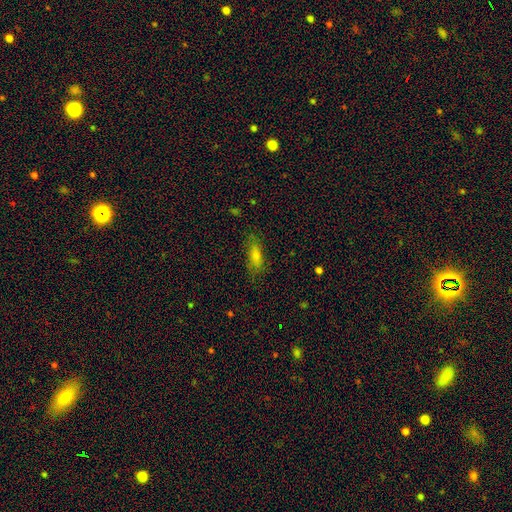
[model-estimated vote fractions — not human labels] smooth 66%, featured or disk 20%, star or artifact 14%. Down the decision tree: how rounded — in between (59%); merging — none (78%).